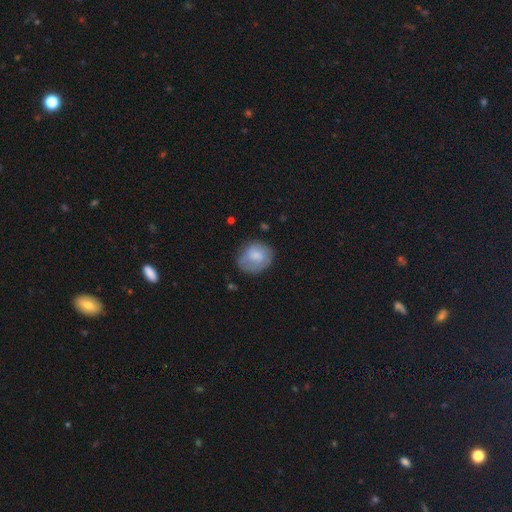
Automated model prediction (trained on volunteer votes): Q: Smooth or featured?
A: smooth (69%); runner-up: featured or disk (23%)
Q: How rounded?
A: round (62%); runner-up: in between (37%)
Q: Merging?
A: none (59%); runner-up: minor disturbance (27%)